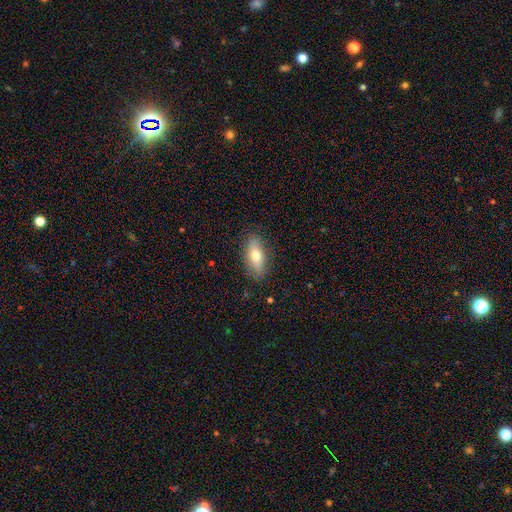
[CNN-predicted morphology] Smooth or featured? Predicted: smooth (p=0.68). How rounded? Predicted: in between (p=0.79). Merging? Predicted: none (p=0.86).